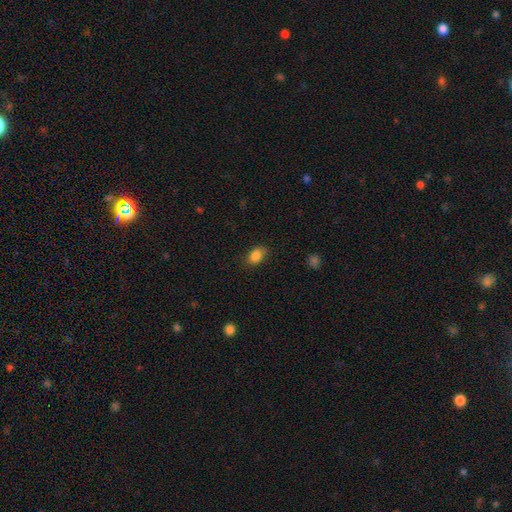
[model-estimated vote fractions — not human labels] A smooth galaxy with no disk features (86%) that is in between round and cigar-shaped (77%). Merging: none (78%).